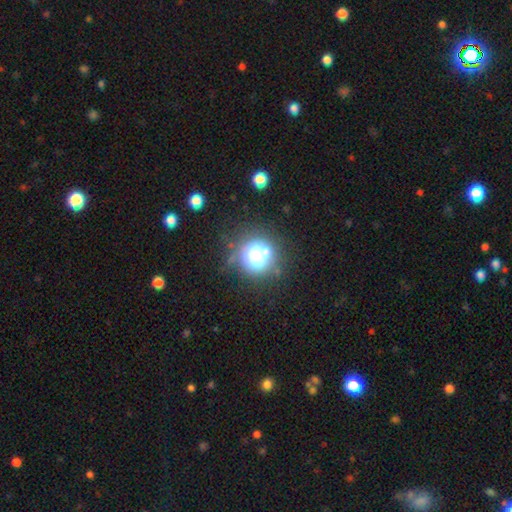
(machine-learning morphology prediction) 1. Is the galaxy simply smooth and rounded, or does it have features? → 72% smooth, 15% featured or disk, 13% star or artifact.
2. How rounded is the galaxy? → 89% round, 10% in between, 1% cigar-shaped.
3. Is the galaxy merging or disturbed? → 59% none, 18% minor disturbance, 14% merger, 9% major disturbance.